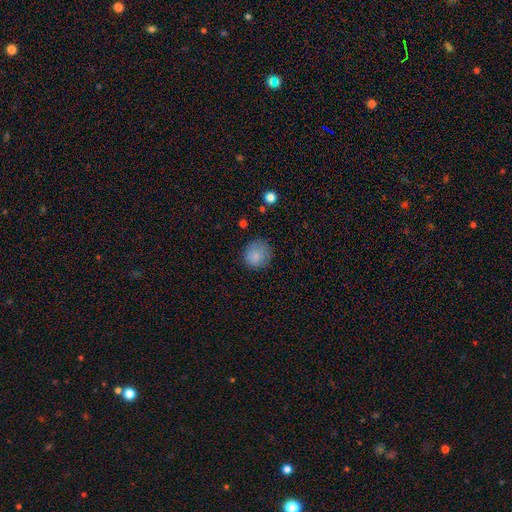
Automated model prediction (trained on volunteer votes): The model was most divided on "merging": none: 74%, minor disturbance: 19%, major disturbance: 6%, merger: 1%. More confident: how rounded — round (85%); smooth or featured — smooth (84%).